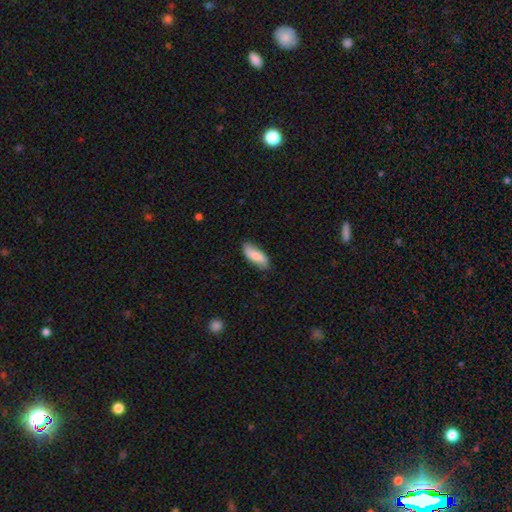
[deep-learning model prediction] Smooth or featured?
  - smooth: 80% *
  - featured or disk: 15%
  - star or artifact: 6%
How rounded?
  - in between: 73% *
  - cigar-shaped: 25%
  - round: 2%
Merging?
  - none: 77% *
  - minor disturbance: 18%
  - major disturbance: 3%
  - merger: 1%